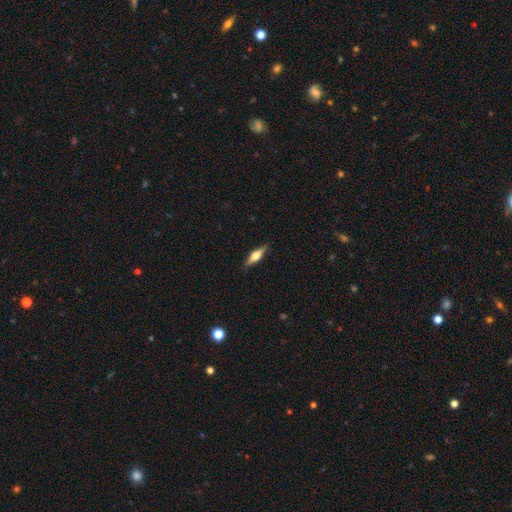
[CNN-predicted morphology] This appears to be a featured or disk galaxy (55%) viewed edge-on (95%) with a rounded central bulge (89%). Merging: none (86%).